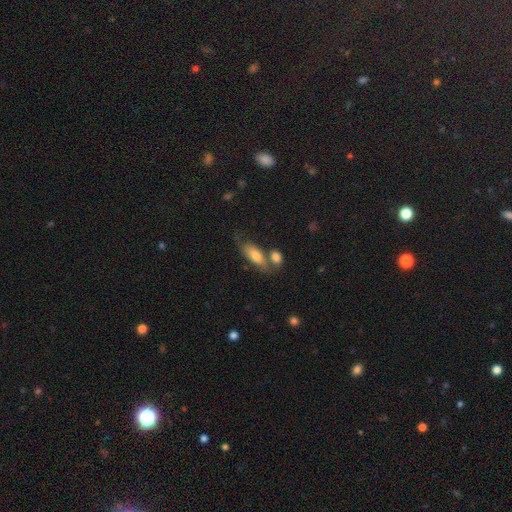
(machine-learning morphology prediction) smooth-or-featured: smooth: 68% | featured or disk: 24% | star or artifact: 8%
  how-rounded: in between: 70% | cigar-shaped: 27% | round: 4%
  merging: none: 50% | merger: 23% | minor disturbance: 19% | major disturbance: 8%